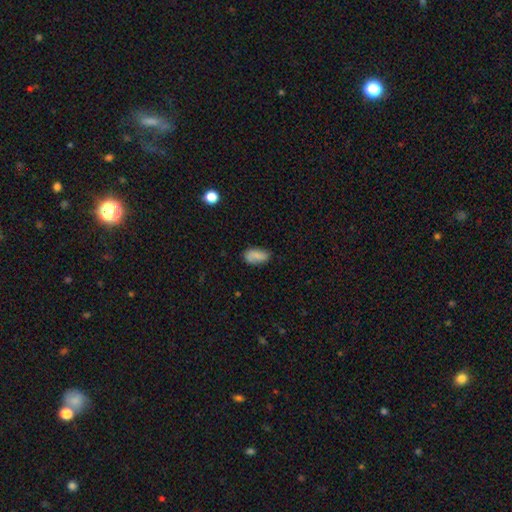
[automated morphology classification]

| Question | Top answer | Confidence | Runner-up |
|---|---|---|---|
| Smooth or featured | smooth | 76% | featured or disk (14%) |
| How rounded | in between | 91% | round (5%) |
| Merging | none | 66% | minor disturbance (24%) |